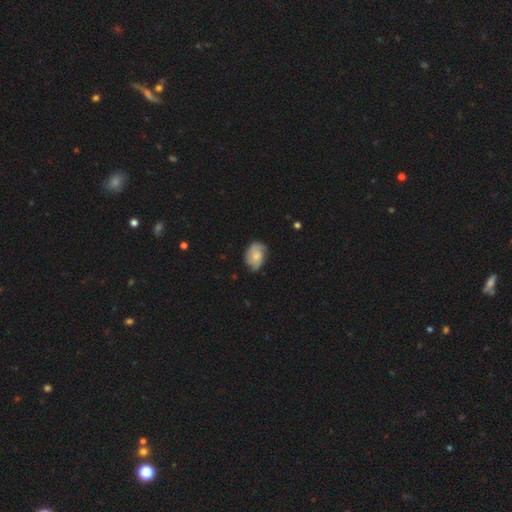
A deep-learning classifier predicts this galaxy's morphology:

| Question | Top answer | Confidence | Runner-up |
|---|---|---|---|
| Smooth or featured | featured or disk | 50% | smooth (43%) |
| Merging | none | 65% | minor disturbance (26%) |